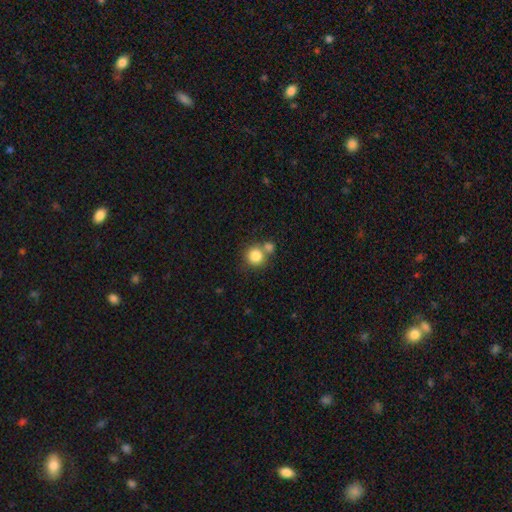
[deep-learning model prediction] This is clearly a smooth galaxy (83%). How rounded: clearly round (91%). Merging: possibly none (57%).